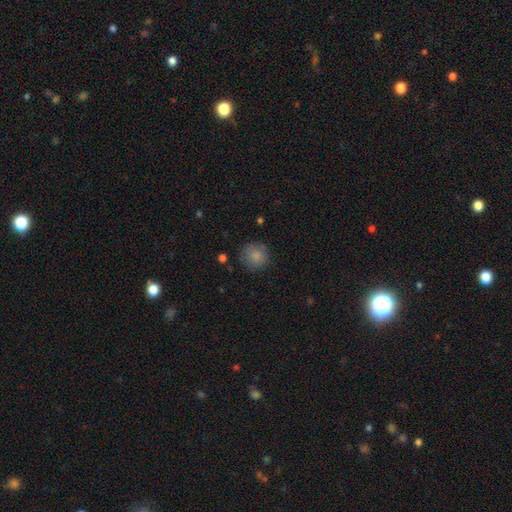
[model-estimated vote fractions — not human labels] Q: Smooth or featured?
A: smooth (85%); runner-up: star or artifact (9%)
Q: How rounded?
A: round (91%); runner-up: in between (8%)
Q: Merging?
A: none (82%); runner-up: minor disturbance (13%)